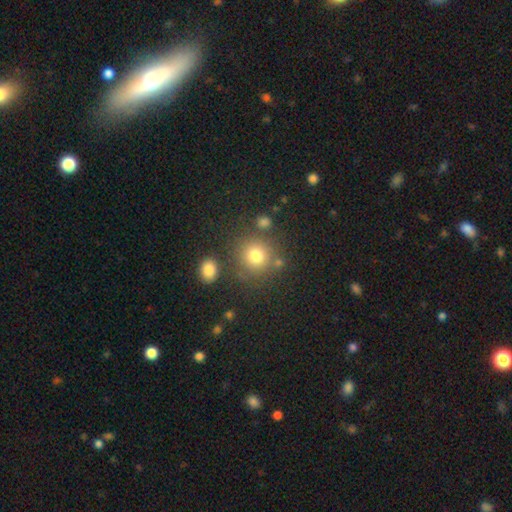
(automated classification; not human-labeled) Smooth or featured? smooth (78%)
How rounded? round (90%)
Merging? none (78%)